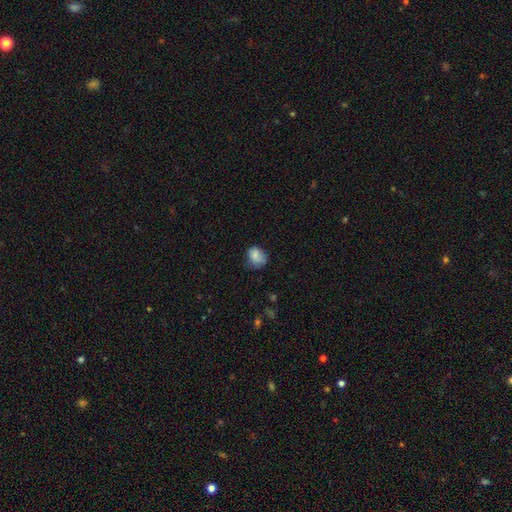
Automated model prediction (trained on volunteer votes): smooth_or_featured: smooth (p=0.79) [alt: featured or disk p=0.11]
how_rounded: round (p=0.54) [alt: in between p=0.45]
merging: none (p=0.55) [alt: minor disturbance p=0.32]